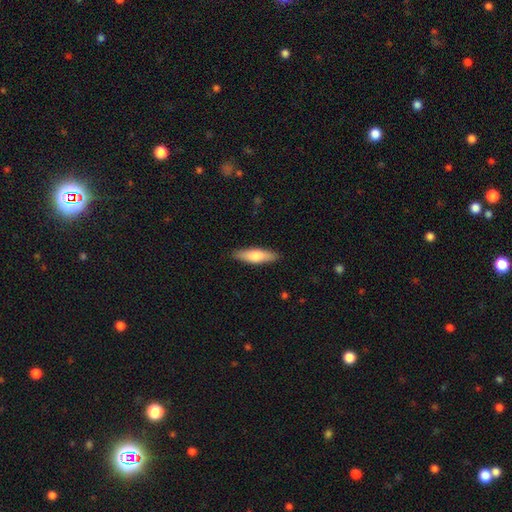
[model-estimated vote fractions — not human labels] A smooth galaxy with no disk features (70%) that is cigar-shaped (60%).

Vote fractions:
- Smooth or featured? smooth: 70% / featured or disk: 25% / star or artifact: 5%
- How rounded? cigar-shaped: 60% / in between: 38% / round: 2%
- Merging? none: 89% / minor disturbance: 8% / major disturbance: 2% / merger: 1%